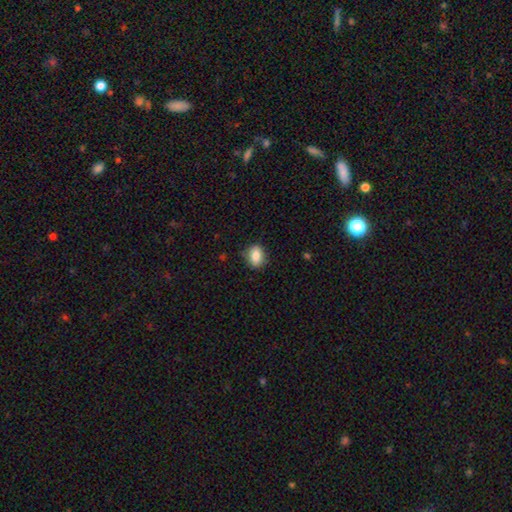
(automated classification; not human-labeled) The model was most divided on "how rounded": in between: 69%, round: 29%, cigar-shaped: 2%. More confident: smooth or featured — smooth (86%); merging — none (81%).